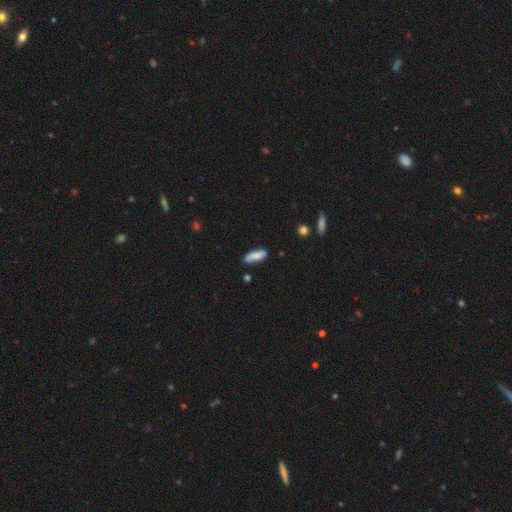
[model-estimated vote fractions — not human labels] Smooth or featured?
  - smooth: 78% *
  - featured or disk: 15%
  - star or artifact: 7%
How rounded?
  - in between: 56% *
  - cigar-shaped: 42%
  - round: 2%
Merging?
  - none: 72% *
  - minor disturbance: 19%
  - merger: 5%
  - major disturbance: 4%